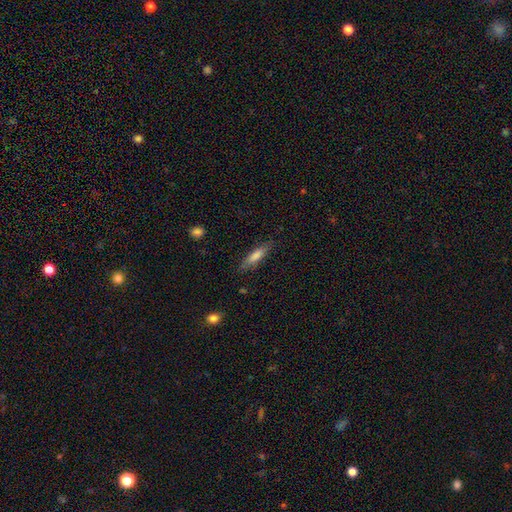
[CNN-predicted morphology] This is likely a smooth galaxy (71%). How rounded: likely cigar-shaped (73%). Merging: clearly none (81%).